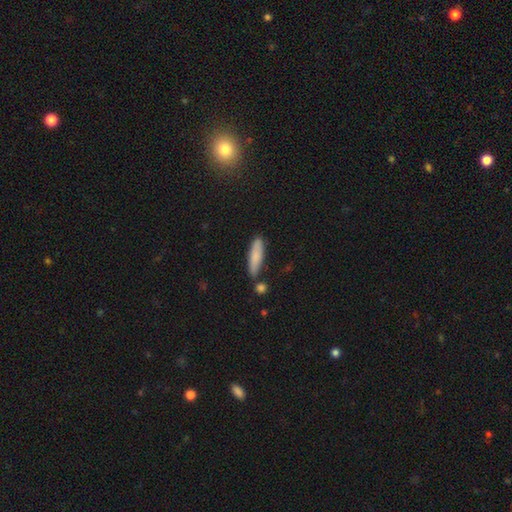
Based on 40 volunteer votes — smooth_or_featured: smooth (p=0.90) [alt: featured or disk p=0.07]
how_rounded: cigar-shaped (p=0.75) [alt: in between p=0.22]
merging: none (p=0.74) [alt: minor disturbance p=0.18]